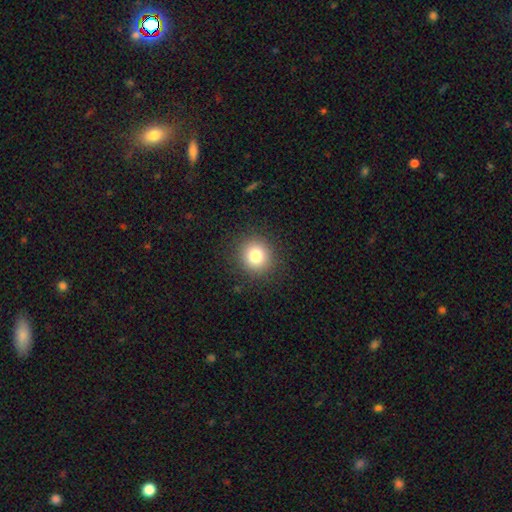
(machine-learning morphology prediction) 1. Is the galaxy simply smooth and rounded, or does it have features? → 80% smooth, 12% star or artifact, 8% featured or disk.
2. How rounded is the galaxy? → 89% round, 10% in between, 1% cigar-shaped.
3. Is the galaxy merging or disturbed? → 90% none, 7% minor disturbance, 3% major disturbance, 1% merger.